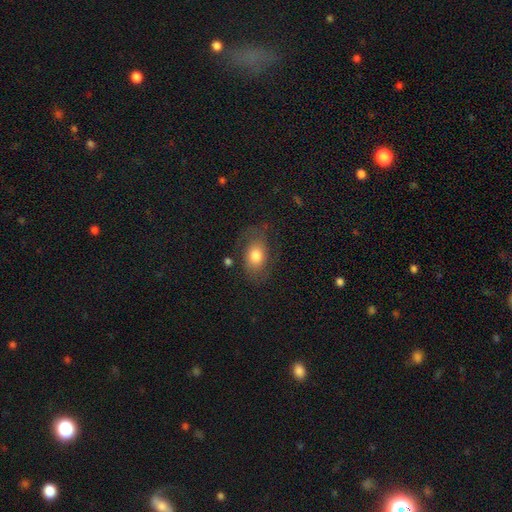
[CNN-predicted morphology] Overall: smooth (70%). How rounded: in between (83%). Merging: none (62%; minor disturbance 23%).